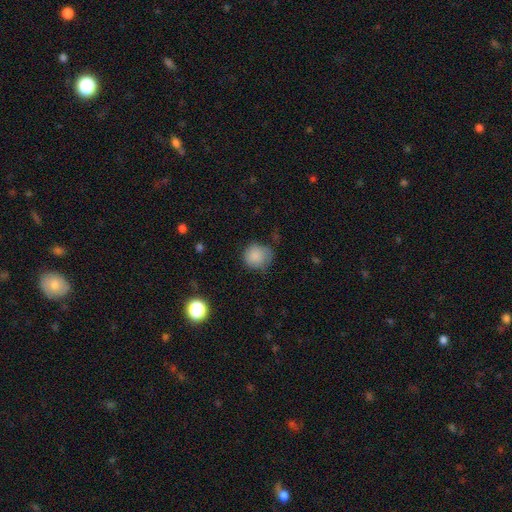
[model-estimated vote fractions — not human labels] smooth_or_featured: smooth (p=0.84) [alt: star or artifact p=0.09]
how_rounded: round (p=0.83) [alt: in between p=0.16]
merging: none (p=0.54) [alt: minor disturbance p=0.33]